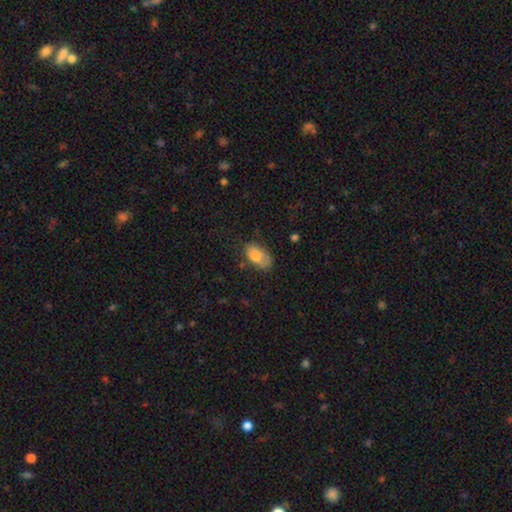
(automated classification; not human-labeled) smooth_or_featured: smooth (p=0.77) [alt: featured or disk p=0.16]
how_rounded: in between (p=0.92) [alt: round p=0.06]
merging: none (p=0.56) [alt: minor disturbance p=0.31]